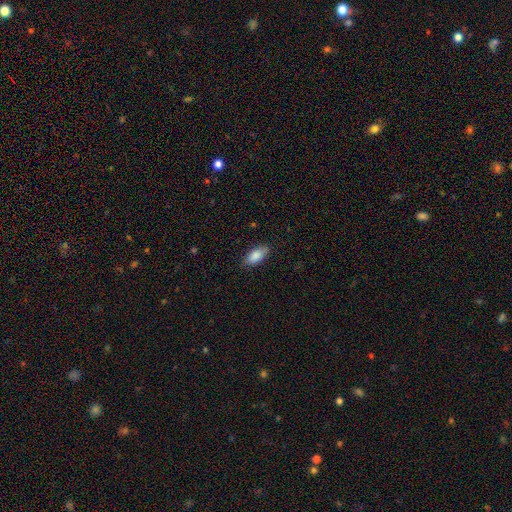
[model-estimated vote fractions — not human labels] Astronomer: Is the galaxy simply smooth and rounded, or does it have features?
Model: smooth — 85%.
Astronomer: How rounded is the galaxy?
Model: in between — 87%.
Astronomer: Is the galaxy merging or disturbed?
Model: none — 83%.